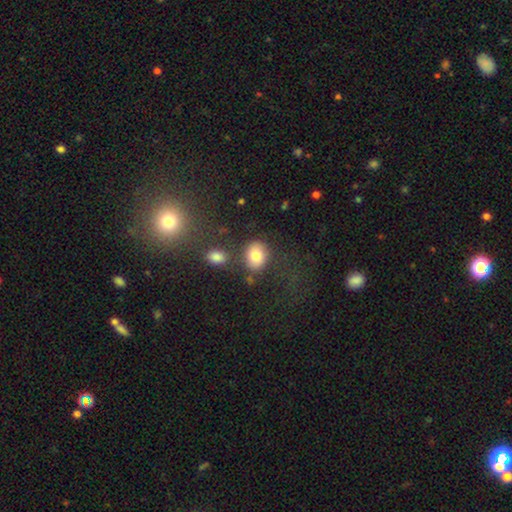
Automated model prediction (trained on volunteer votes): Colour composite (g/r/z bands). It shows a smooth galaxy with no disk features (81%) that is in between round and cigar-shaped (55%). Merging: none (68%).